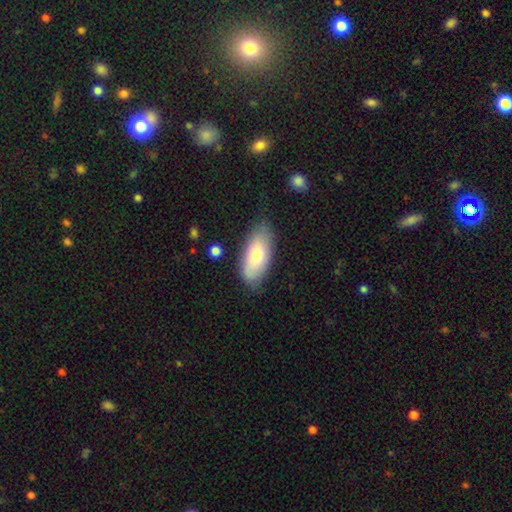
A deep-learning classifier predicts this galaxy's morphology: The model was most divided on "smooth or featured": smooth: 73%, featured or disk: 21%, star or artifact: 6%. More confident: how rounded — in between (89%); merging — none (76%).